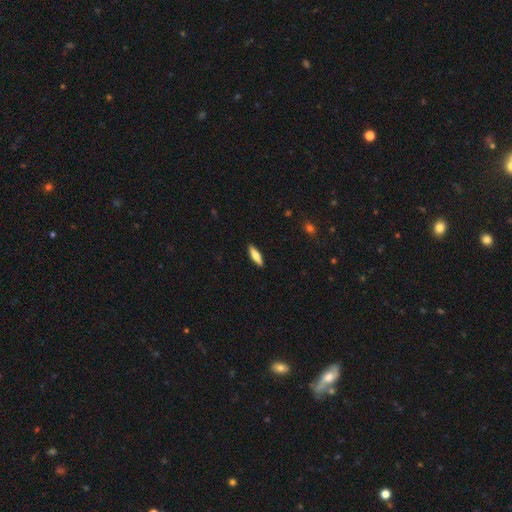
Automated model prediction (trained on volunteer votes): Q: Smooth or featured?
A: smooth (69%); runner-up: featured or disk (25%)
Q: How rounded?
A: cigar-shaped (63%); runner-up: in between (35%)
Q: Merging?
A: none (91%); runner-up: minor disturbance (7%)